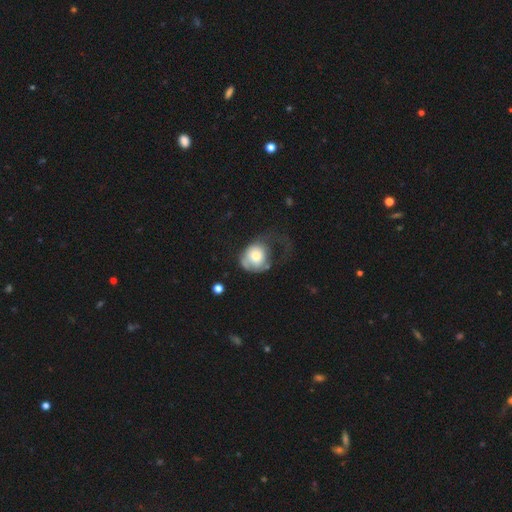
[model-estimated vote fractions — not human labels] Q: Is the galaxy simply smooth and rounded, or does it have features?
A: smooth — 61%.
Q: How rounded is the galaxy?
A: round — 66%.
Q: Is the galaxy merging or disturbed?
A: major disturbance — 54%.